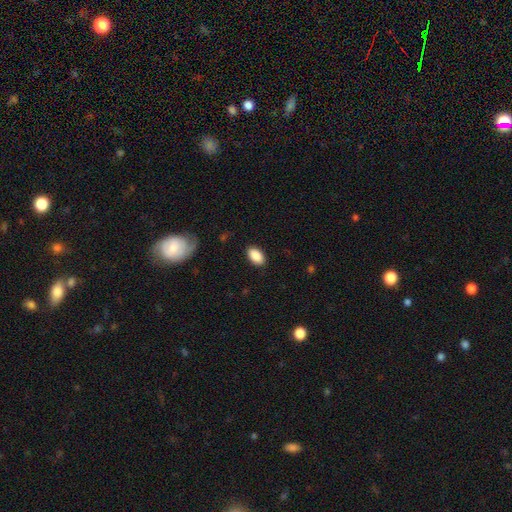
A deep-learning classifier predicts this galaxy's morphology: This appears to be a smooth galaxy with no disk features (89%) that is in between round and cigar-shaped (93%). Merging: none (87%).